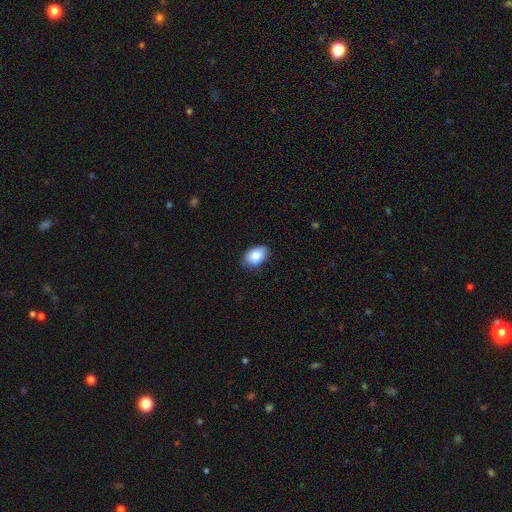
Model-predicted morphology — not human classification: Smooth or featured: smooth — 84% (featured or disk — 9%)
How rounded: in between — 88% (round — 10%)
Merging: none — 84% (minor disturbance — 13%)